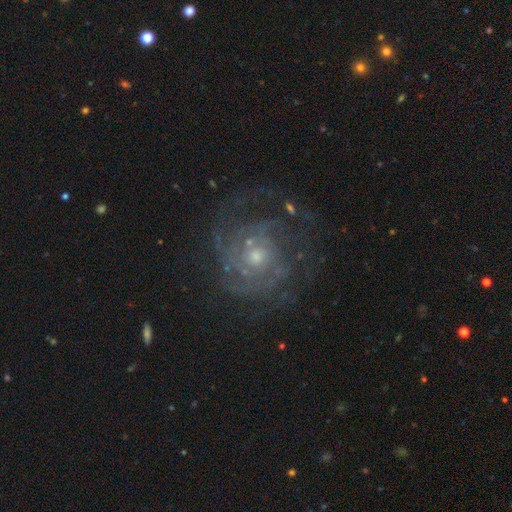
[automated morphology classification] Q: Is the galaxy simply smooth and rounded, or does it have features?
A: featured or disk — 81%.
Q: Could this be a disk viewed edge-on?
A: no — 97%.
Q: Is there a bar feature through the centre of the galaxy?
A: no — 81%.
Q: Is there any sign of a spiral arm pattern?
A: yes — 90%.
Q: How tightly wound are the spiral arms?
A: tight — 60%.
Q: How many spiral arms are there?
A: can't tell — 38%.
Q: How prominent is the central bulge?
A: small — 48%.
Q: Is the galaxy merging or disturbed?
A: none — 65%.